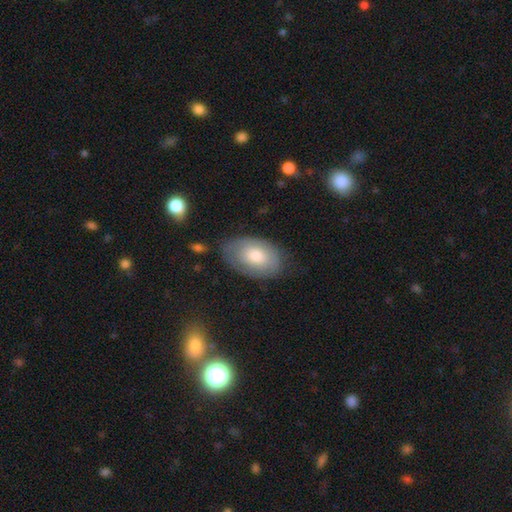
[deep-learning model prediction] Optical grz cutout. It shows a smooth galaxy with no disk features (65%) that is in between round and cigar-shaped (90%). Merging: none (73%).